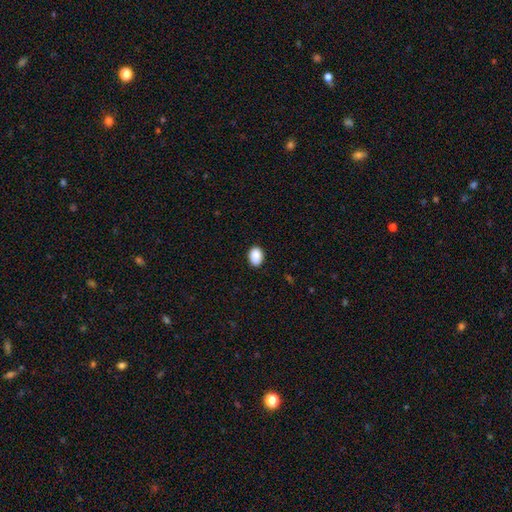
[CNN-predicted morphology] A smooth galaxy with no disk features (90%) that is in between round and cigar-shaped (79%). Merging: none (88%).